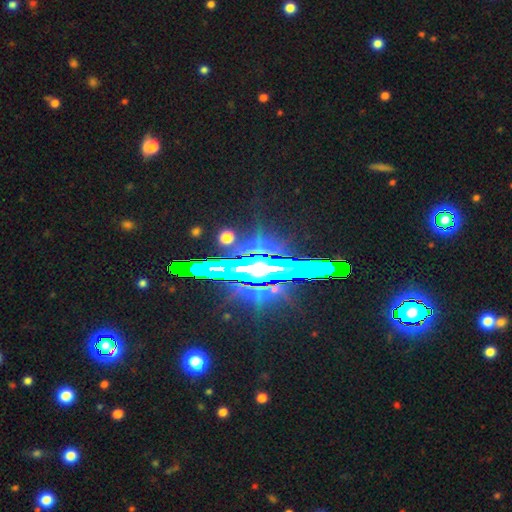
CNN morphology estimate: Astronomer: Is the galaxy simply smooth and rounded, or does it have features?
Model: star or artifact — 57%.